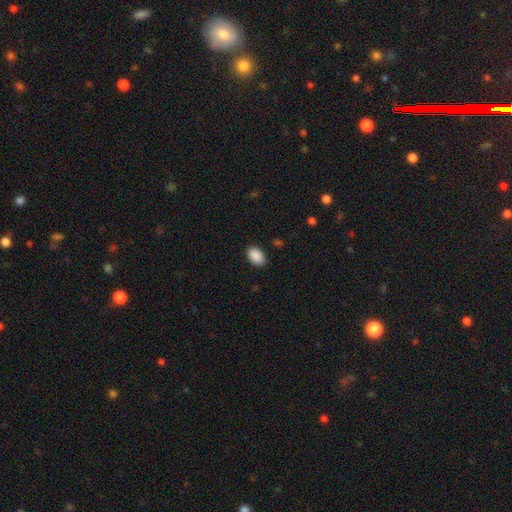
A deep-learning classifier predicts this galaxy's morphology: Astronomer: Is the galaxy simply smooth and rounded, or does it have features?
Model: smooth — 90%.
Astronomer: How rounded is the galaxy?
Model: in between — 90%.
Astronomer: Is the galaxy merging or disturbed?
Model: none — 88%.